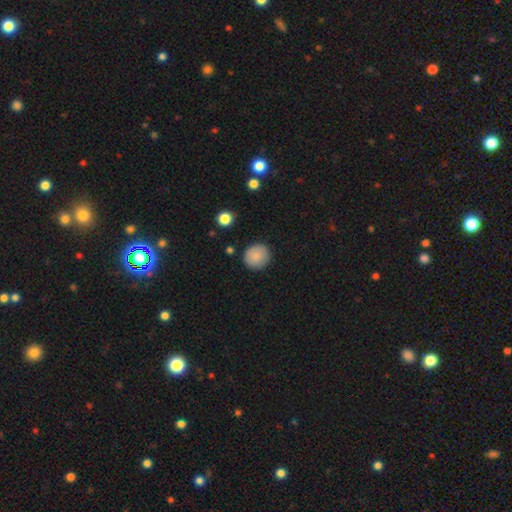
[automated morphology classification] A smooth galaxy with no disk features (86%) that is round (90%). Merging: none (89%).